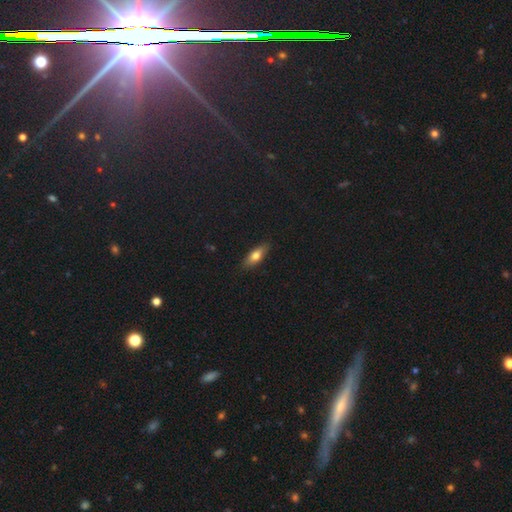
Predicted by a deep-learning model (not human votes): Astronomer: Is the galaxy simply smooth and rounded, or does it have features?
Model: smooth — 69%.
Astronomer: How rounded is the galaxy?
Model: in between — 65%.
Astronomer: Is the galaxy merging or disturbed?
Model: none — 87%.